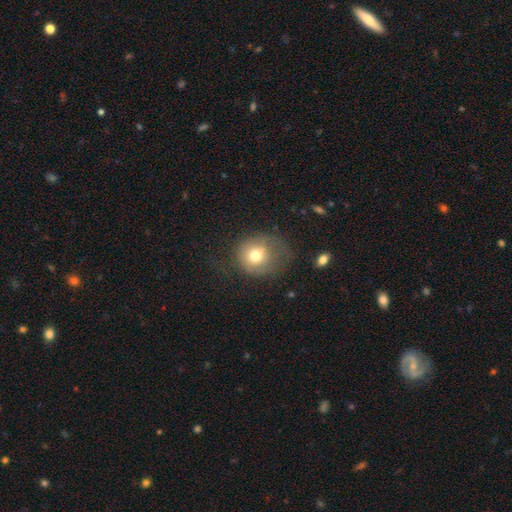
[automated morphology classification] Q: Smooth or featured?
A: smooth (70%); runner-up: featured or disk (21%)
Q: How rounded?
A: round (73%); runner-up: in between (26%)
Q: Merging?
A: none (43%); runner-up: major disturbance (28%)